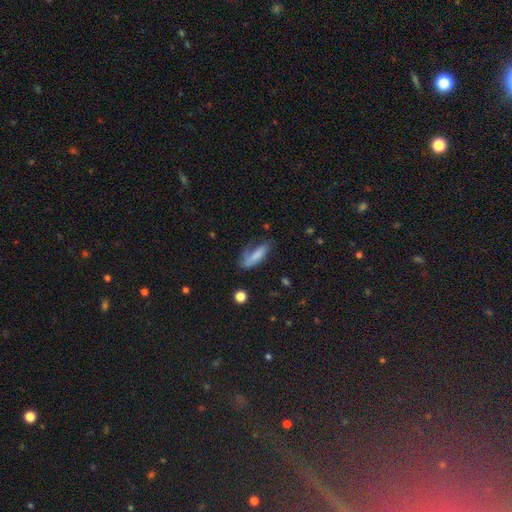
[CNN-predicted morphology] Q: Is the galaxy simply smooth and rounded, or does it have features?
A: smooth — 71%.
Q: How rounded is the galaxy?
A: cigar-shaped — 49%, tied with in between.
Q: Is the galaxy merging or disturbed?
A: none — 45%.